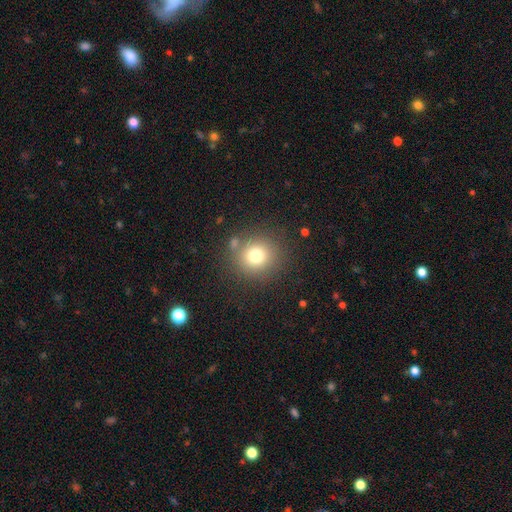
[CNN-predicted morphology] This appears to be a smooth galaxy with no disk features (76%) that is round (90%). Merging: none (80%).